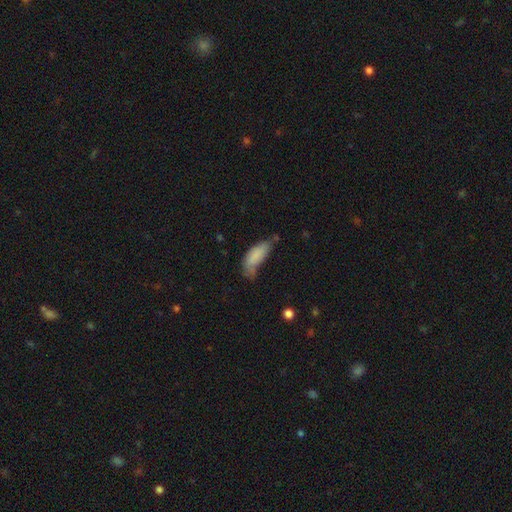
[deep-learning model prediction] Smooth or featured? smooth (80%)
How rounded? in between (78%)
Merging? minor disturbance (42%)